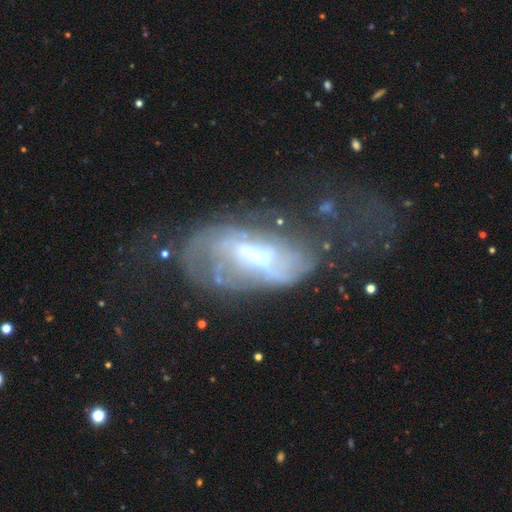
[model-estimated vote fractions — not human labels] Smooth or featured? Predicted: featured or disk (p=0.69). Edge-on disk? Predicted: no (p=0.92). Bar? Predicted: weak (p=0.42). Spiral arms? Predicted: yes (p=0.51). Bulge size? Predicted: moderate (p=0.48). Merging? Predicted: major disturbance (p=0.44).